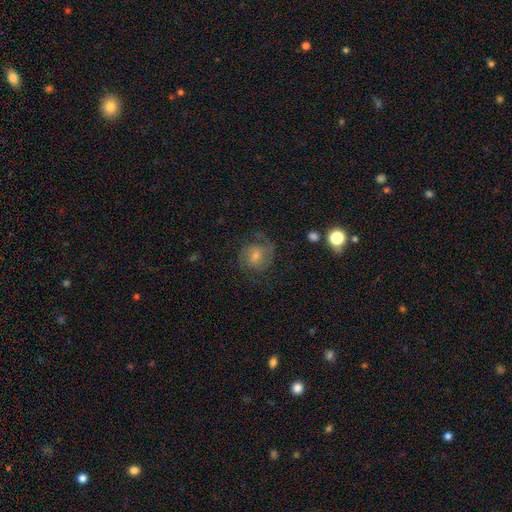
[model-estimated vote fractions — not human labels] A featured or disk galaxy (73%) with no bar (54%), 2 (57%) medium (45%) spiral arms (94%) and a small central bulge (48%). Merging: none (69%).